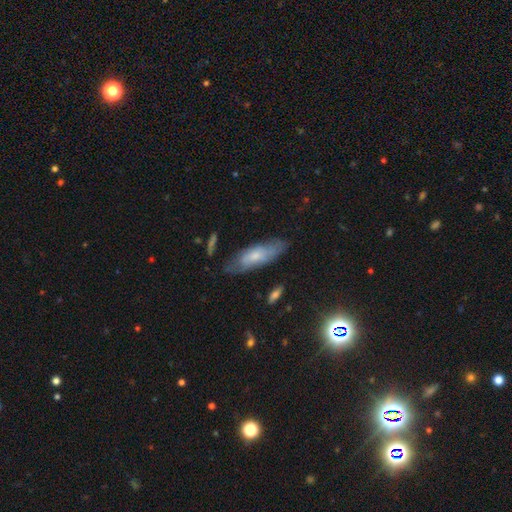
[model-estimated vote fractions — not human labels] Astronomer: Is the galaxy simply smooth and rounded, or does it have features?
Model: smooth — 54% (runner-up: featured or disk, 38%).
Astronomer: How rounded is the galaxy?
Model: in between — 61% (runner-up: cigar-shaped, 37%).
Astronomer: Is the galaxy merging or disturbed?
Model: none — 62%.